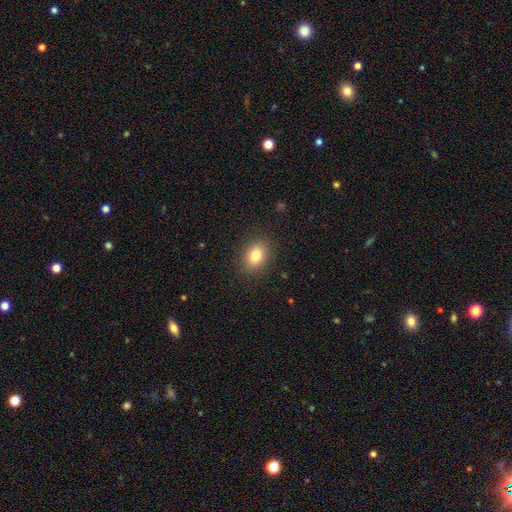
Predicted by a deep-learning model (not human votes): This appears to be a smooth galaxy with no disk features (81%) that is in between round and cigar-shaped (59%). Merging: none (87%).